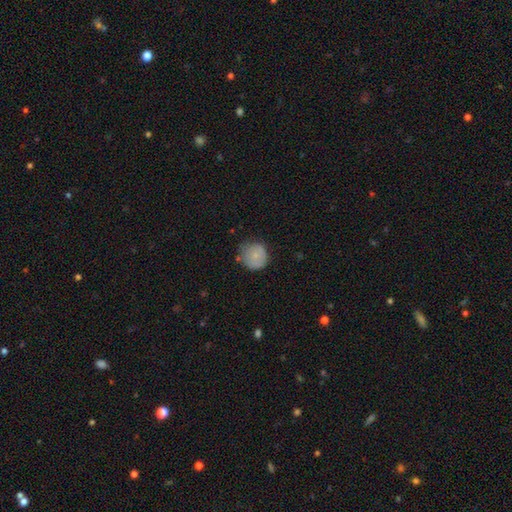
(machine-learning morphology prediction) type=smooth (78%); roundness=round (91%); merging=none (66%).